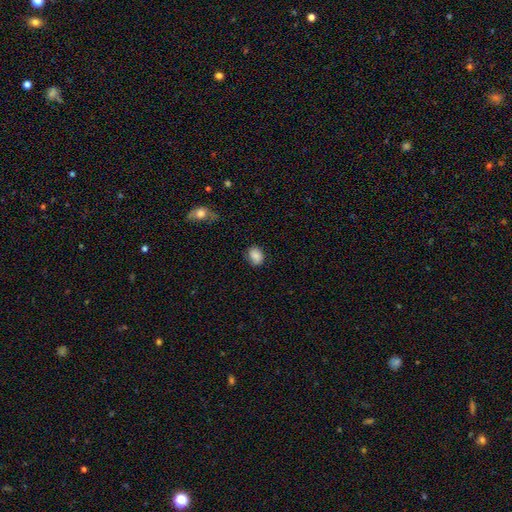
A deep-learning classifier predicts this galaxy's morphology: This appears to be a smooth galaxy with no disk features (83%) that is in between round and cigar-shaped (55%). Merging: none (76%).